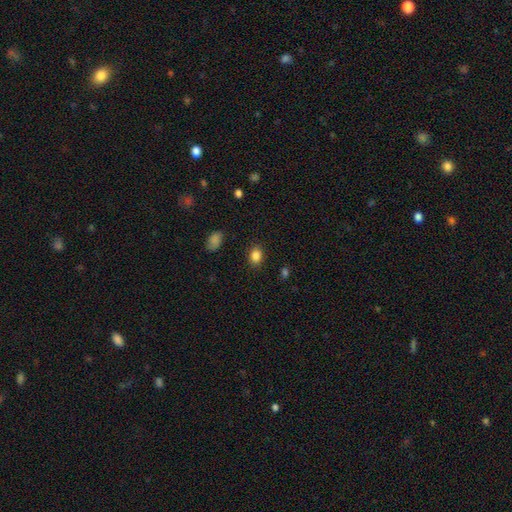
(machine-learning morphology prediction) Q: Smooth or featured?
A: smooth (85%); runner-up: star or artifact (10%)
Q: How rounded?
A: in between (71%); runner-up: round (28%)
Q: Merging?
A: none (87%); runner-up: minor disturbance (9%)